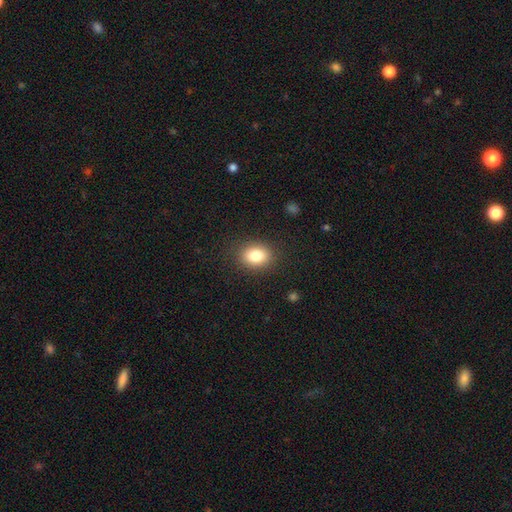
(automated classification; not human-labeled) Smooth or featured?
  - smooth: 83% *
  - star or artifact: 9%
  - featured or disk: 8%
How rounded?
  - in between: 61% *
  - round: 38%
  - cigar-shaped: 1%
Merging?
  - none: 87% *
  - minor disturbance: 9%
  - major disturbance: 3%
  - merger: 1%